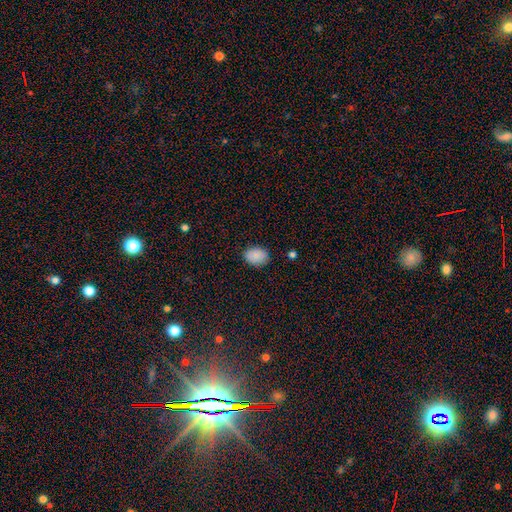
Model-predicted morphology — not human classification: type=smooth (89%); roundness=in between (74%); merging=none (86%).